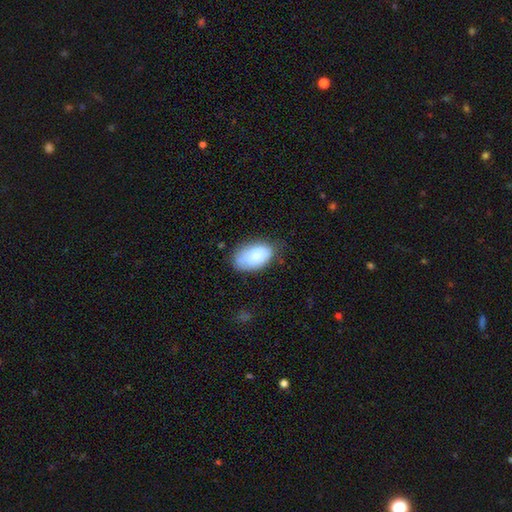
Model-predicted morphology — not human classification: This appears to be a smooth galaxy with no disk features (86%) that is in between round and cigar-shaped (94%). Merging: none (66%).